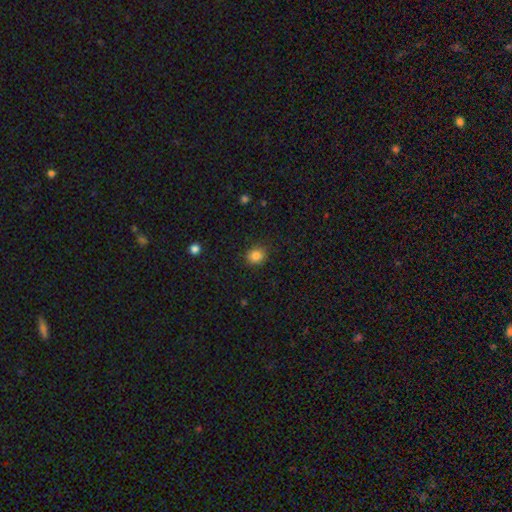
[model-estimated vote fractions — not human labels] Smooth or featured: smooth — 85% (star or artifact — 10%)
How rounded: round — 70% (in between — 29%)
Merging: none — 88% (minor disturbance — 9%)